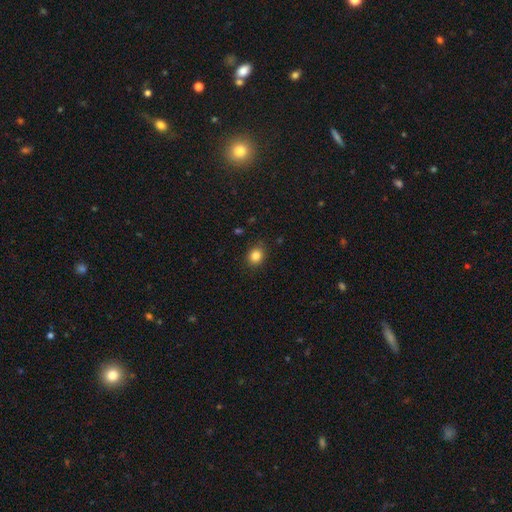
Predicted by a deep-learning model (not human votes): smooth-or-featured: smooth: 84% | star or artifact: 11% | featured or disk: 5%
  how-rounded: round: 62% | in between: 37% | cigar-shaped: 1%
  merging: none: 85% | minor disturbance: 12% | major disturbance: 3% | merger: 1%